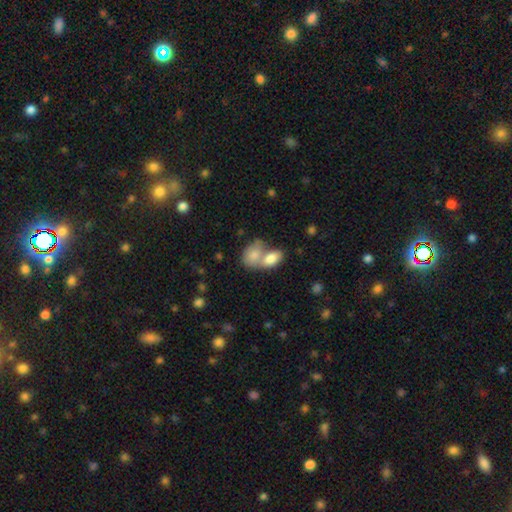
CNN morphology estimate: Smooth or featured: smooth — 81% (featured or disk — 13%)
How rounded: in between — 81% (round — 16%)
Merging: merger — 68% (none — 21%)